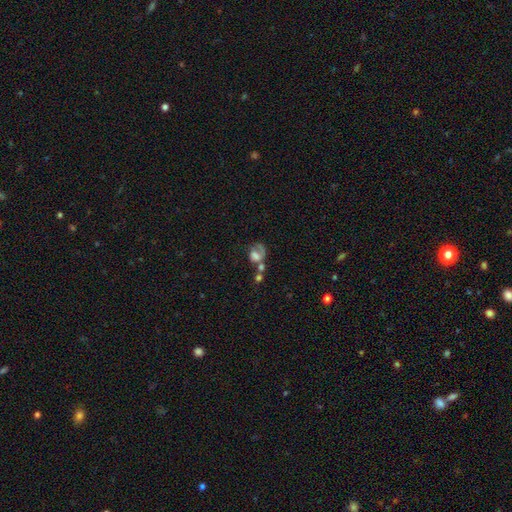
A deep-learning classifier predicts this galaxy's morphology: Smooth or featured?
  - featured or disk: 48% *
  - smooth: 40%
  - star or artifact: 12%
Merging?
  - none: 29% * (tied)
  - merger: 29% * (tied)
  - major disturbance: 28%
  - minor disturbance: 14%